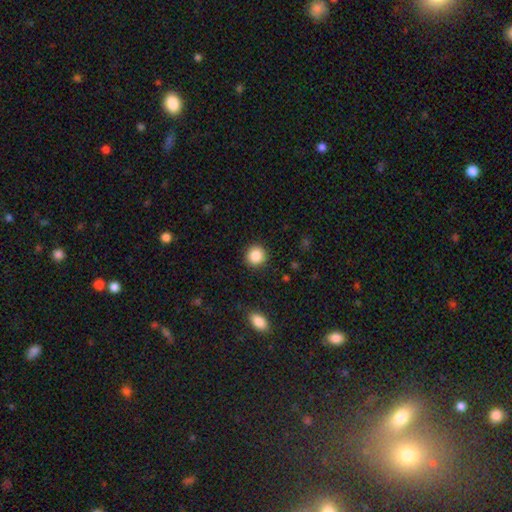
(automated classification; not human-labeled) Smooth or featured?
  - smooth: 87% *
  - star or artifact: 9%
  - featured or disk: 4%
How rounded?
  - round: 93% *
  - in between: 6%
  - cigar-shaped: 1%
Merging?
  - none: 91% *
  - minor disturbance: 6%
  - major disturbance: 2%
  - merger: 1%